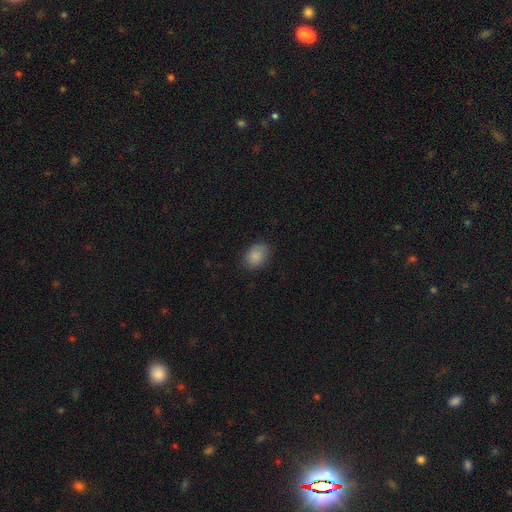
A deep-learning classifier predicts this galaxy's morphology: smooth 86%, star or artifact 8%, featured or disk 6%. Down the decision tree: how rounded — in between (70%); merging — none (78%).